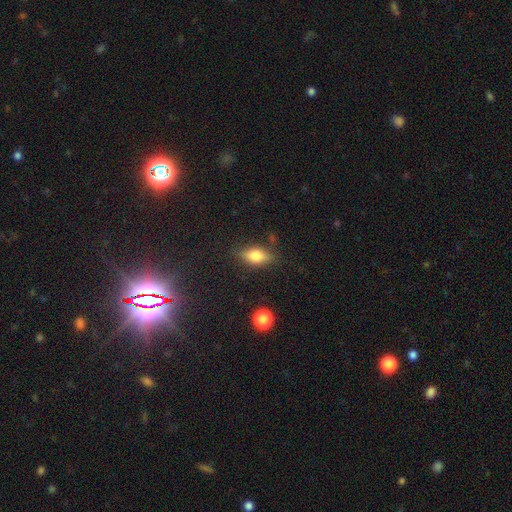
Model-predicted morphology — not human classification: This is likely a smooth galaxy (65%). How rounded: likely in between (77%). Merging: likely none (79%).